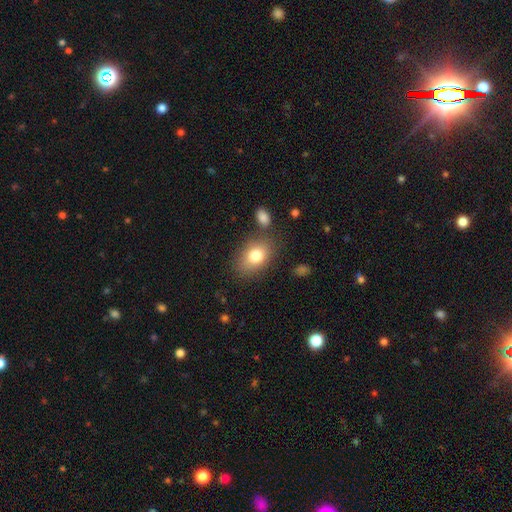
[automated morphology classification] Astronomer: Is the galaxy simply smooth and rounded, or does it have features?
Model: smooth — 80%.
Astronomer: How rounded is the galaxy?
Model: in between — 80%.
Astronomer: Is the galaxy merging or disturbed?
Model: none — 75%.